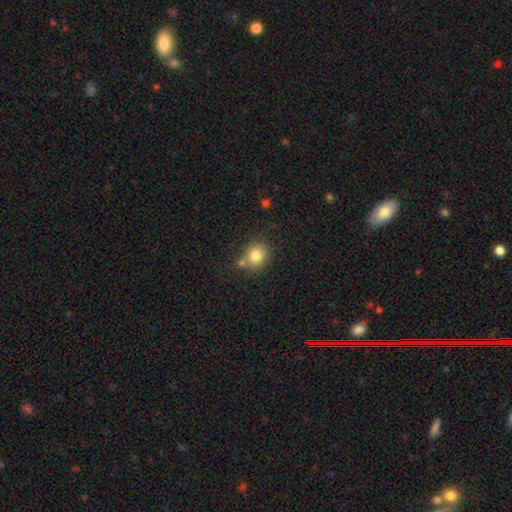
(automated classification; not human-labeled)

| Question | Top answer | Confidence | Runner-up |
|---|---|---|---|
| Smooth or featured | smooth | 82% | star or artifact (10%) |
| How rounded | round | 80% | in between (20%) |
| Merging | none | 67% | merger (16%) |